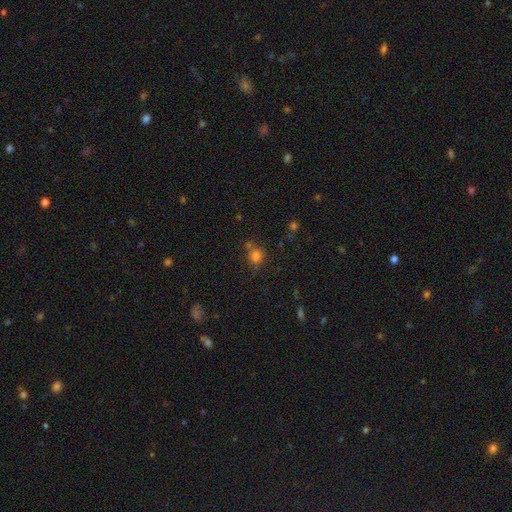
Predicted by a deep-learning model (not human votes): A smooth galaxy with no disk features (76%) that is round (69%). Merging: none (56%).